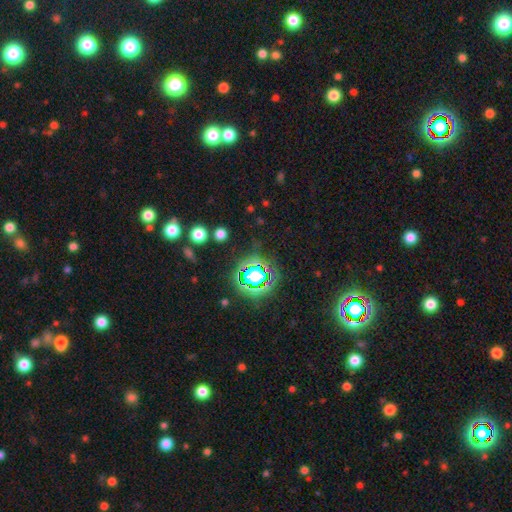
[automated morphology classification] A star or artifact, not a galaxy (79%).

Vote fractions:
- Smooth or featured? star or artifact: 79% / smooth: 14% / featured or disk: 8%